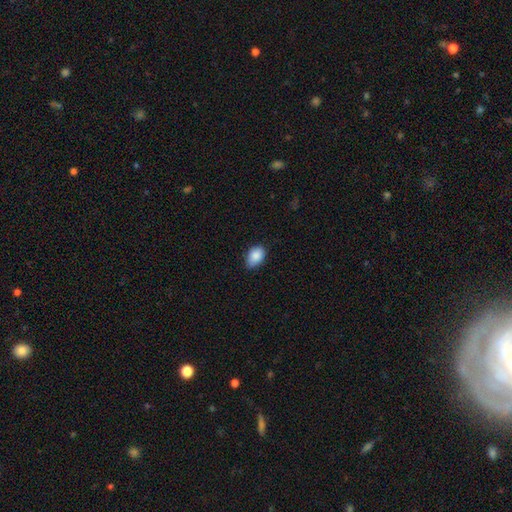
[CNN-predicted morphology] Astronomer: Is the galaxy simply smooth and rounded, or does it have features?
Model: smooth — 87%.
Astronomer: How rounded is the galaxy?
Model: in between — 85%.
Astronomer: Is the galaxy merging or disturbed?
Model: none — 69%.